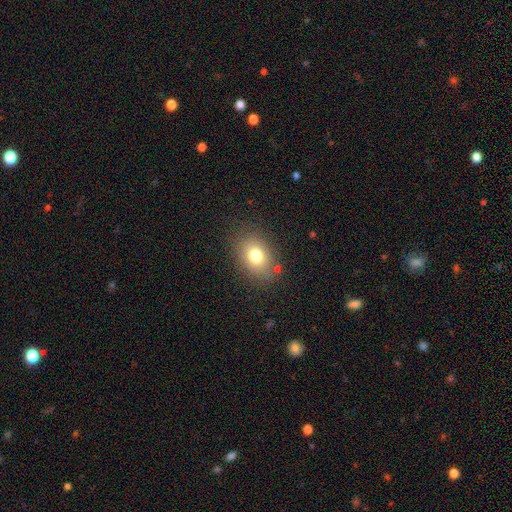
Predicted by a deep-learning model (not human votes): smooth 76%, featured or disk 12%, star or artifact 12%. Down the decision tree: how rounded — in between (66%); merging — none (82%).